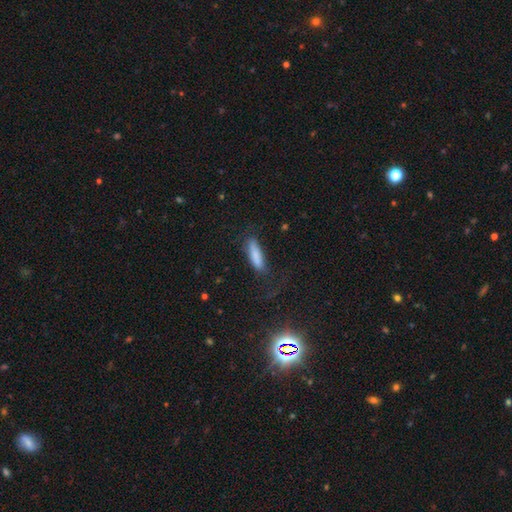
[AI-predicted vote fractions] A smooth galaxy with no disk features (81%) that is cigar-shaped (65%).

Vote fractions:
- Smooth or featured? smooth: 81% / featured or disk: 12% / star or artifact: 7%
- How rounded? cigar-shaped: 65% / in between: 33% / round: 2%
- Merging? none: 68% / minor disturbance: 20% / major disturbance: 10% / merger: 2%